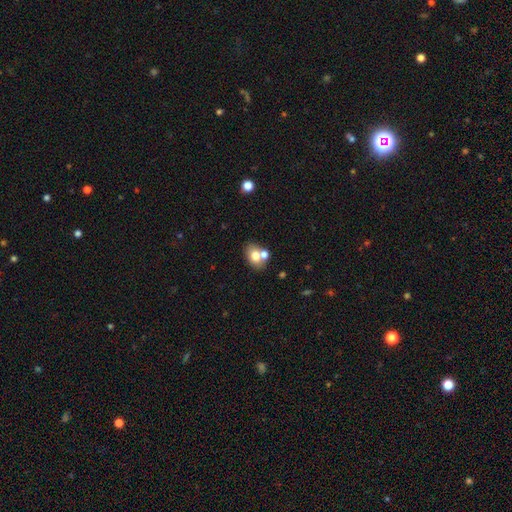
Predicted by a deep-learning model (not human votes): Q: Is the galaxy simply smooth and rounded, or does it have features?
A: smooth — 73%.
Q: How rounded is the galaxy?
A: in between — 68%.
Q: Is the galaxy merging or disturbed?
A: none — 55%.